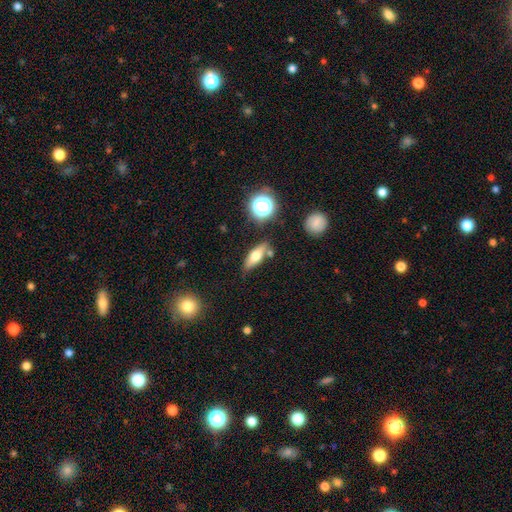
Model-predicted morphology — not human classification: Smooth or featured? smooth (58%)
How rounded? in between (56%)
Merging? none (73%)